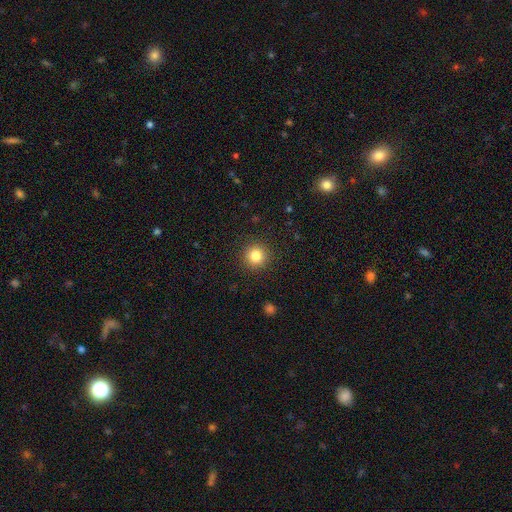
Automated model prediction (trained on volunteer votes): The model was most divided on "smooth or featured": smooth: 83%, star or artifact: 11%, featured or disk: 6%. More confident: how rounded — round (95%); merging — none (91%).